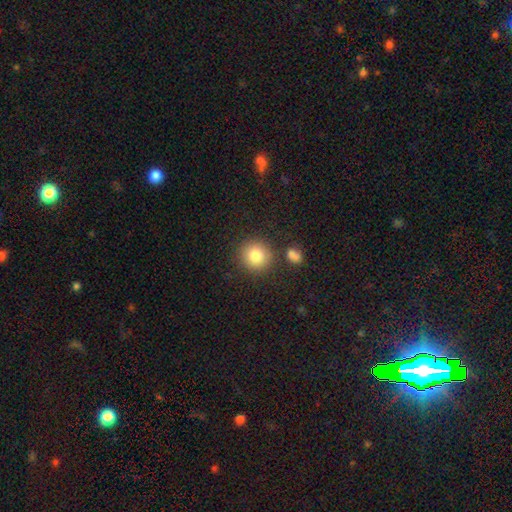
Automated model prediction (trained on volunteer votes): Smooth or featured?
  - smooth: 83% *
  - star or artifact: 9%
  - featured or disk: 7%
How rounded?
  - round: 92% *
  - in between: 7%
  - cigar-shaped: 1%
Merging?
  - none: 83% *
  - minor disturbance: 8%
  - merger: 6%
  - major disturbance: 3%